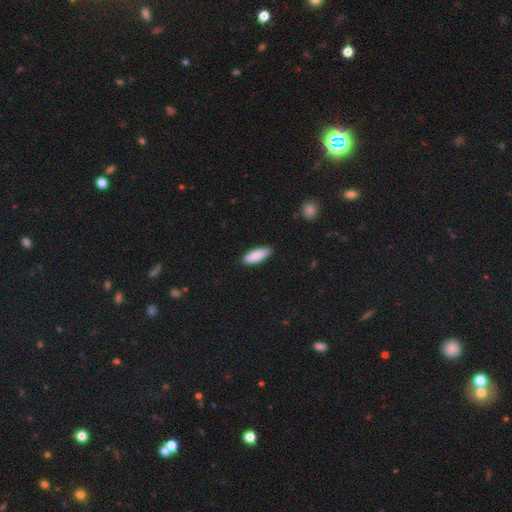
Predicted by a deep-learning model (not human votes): Smooth or featured: smooth — 88% (featured or disk — 6%)
How rounded: in between — 63% (cigar-shaped — 36%)
Merging: none — 84% (minor disturbance — 13%)